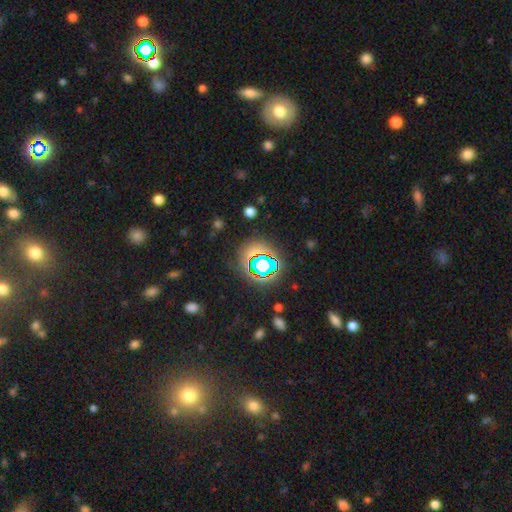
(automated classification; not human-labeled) smooth_or_featured: star or artifact (p=0.66) [alt: smooth p=0.23]